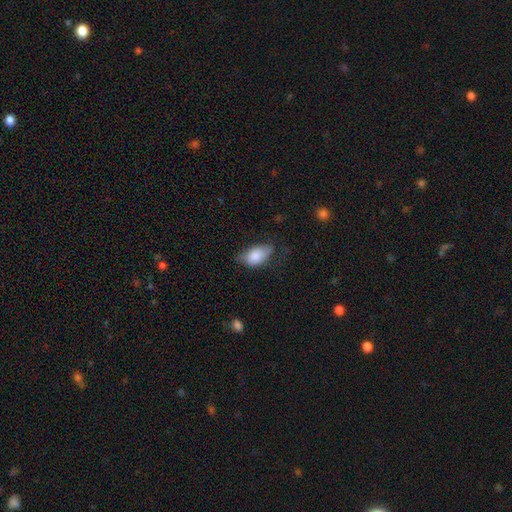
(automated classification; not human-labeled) The model was most divided on "merging": none: 48%, minor disturbance: 37%, major disturbance: 14%, merger: 2%. More confident: how rounded — in between (91%); smooth or featured — smooth (81%).